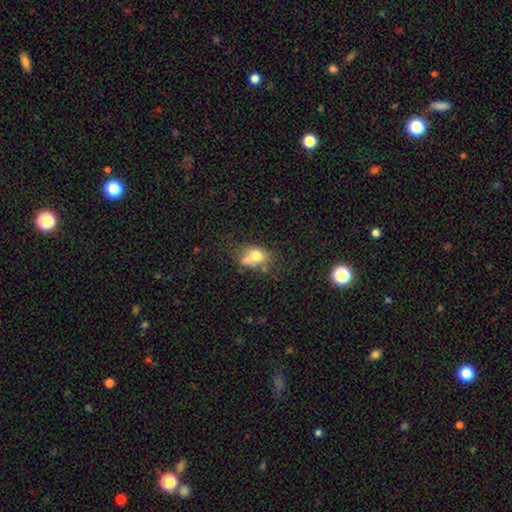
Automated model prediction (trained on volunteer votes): Smooth or featured? smooth (69%)
How rounded? in between (62%)
Merging? none (41%)